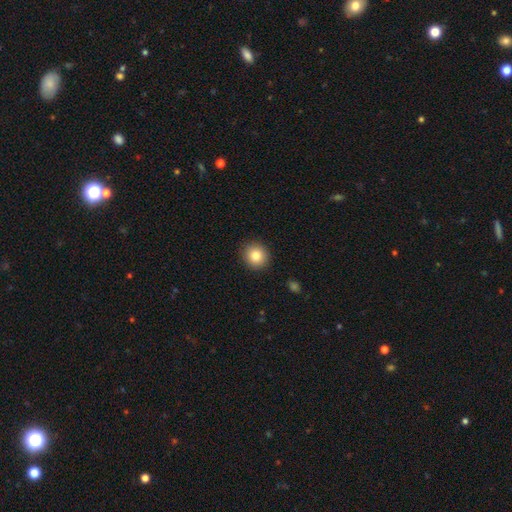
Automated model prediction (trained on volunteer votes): A smooth galaxy with no disk features (83%) that is round (90%).

Vote fractions:
- Smooth or featured? smooth: 83% / star or artifact: 9% / featured or disk: 8%
- How rounded? round: 90% / in between: 9% / cigar-shaped: 1%
- Merging? none: 92% / minor disturbance: 6% / major disturbance: 2% / merger: 1%